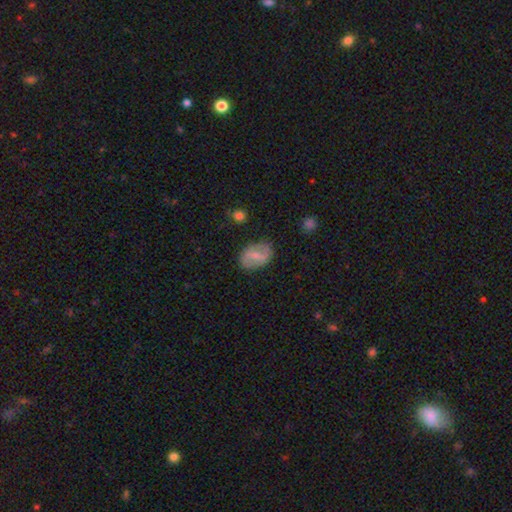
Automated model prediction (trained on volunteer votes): This is possibly a featured or disk galaxy (49%). Merging: likely none (80%).